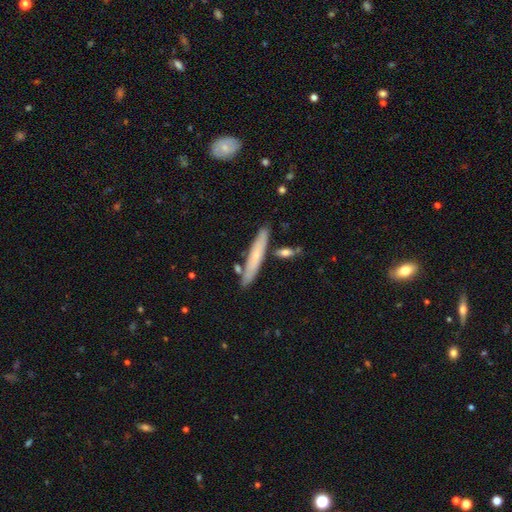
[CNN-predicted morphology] smooth 56%, featured or disk 38%, star or artifact 6%. Down the decision tree: how rounded — cigar-shaped (92%); merging — none (81%).